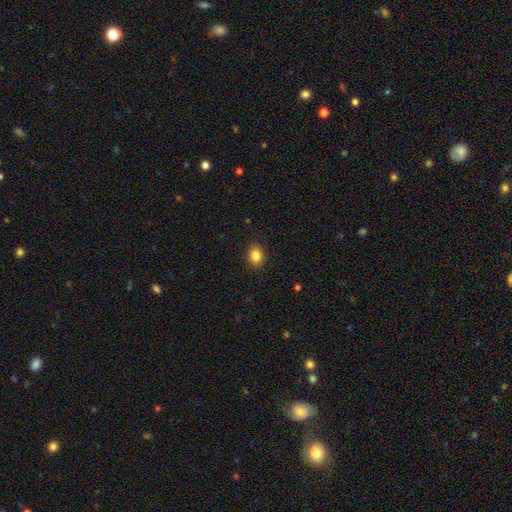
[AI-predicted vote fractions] A smooth galaxy with no disk features (84%) that is in between round and cigar-shaped (61%).

Vote fractions:
- Smooth or featured? smooth: 84% / star or artifact: 10% / featured or disk: 6%
- How rounded? in between: 61% / round: 38% / cigar-shaped: 1%
- Merging? none: 89% / minor disturbance: 8% / major disturbance: 2% / merger: 1%